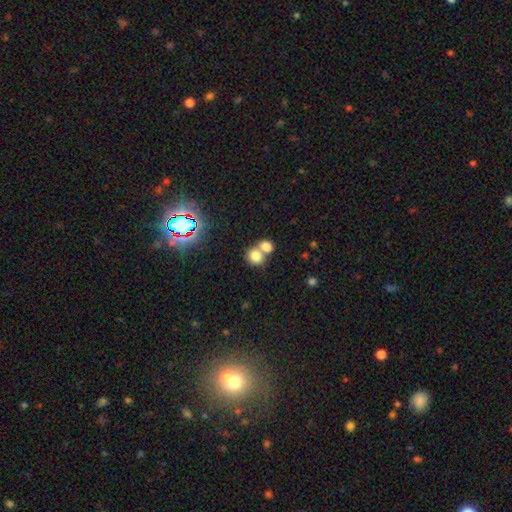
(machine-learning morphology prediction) This appears to be a smooth galaxy with no disk features (77%) that is round (66%). Merging: merger (58%).